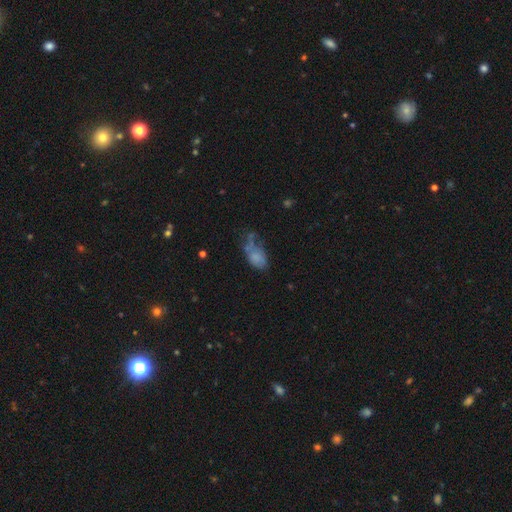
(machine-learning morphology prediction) A smooth galaxy with no disk features (62%) that is in between round and cigar-shaped (89%). Merging: major disturbance (30%).